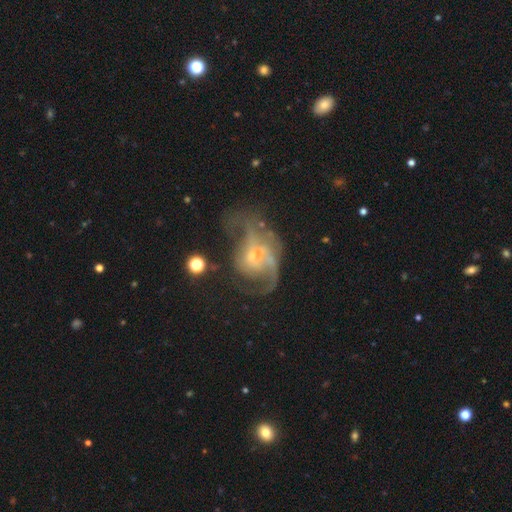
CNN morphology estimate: Smooth or featured?
  - featured or disk: 72% *
  - smooth: 18%
  - star or artifact: 10%
Edge-on disk?
  - no: 97% *
  - yes: 3%
Bar?
  - no: 74% *
  - weak: 22%
  - strong: 4%
Spiral arms?
  - yes: 72% *
  - no: 28%
Spiral winding?
  - loose: 50% *
  - medium: 36%
  - tight: 15%
Spiral arm count?
  - 2: 40% *
  - 1: 24%
  - can't tell: 23%
  - 3: 7%
  - 4: 3%
  - more than 4: 3%
Bulge size?
  - small: 60% *
  - moderate: 25%
  - none: 10%
  - large: 3%
  - dominant: 2%
Merging?
  - major disturbance: 45% *
  - none: 28%
  - minor disturbance: 17%
  - merger: 11%